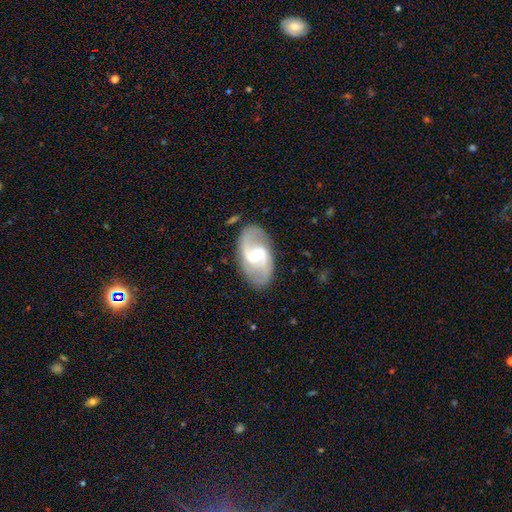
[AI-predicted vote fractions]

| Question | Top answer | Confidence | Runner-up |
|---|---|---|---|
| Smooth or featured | featured or disk | 84% | smooth (11%) |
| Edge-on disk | no | 96% | yes (4%) |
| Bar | weak | 54% | strong (28%) |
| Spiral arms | yes | 94% | no (6%) |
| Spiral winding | medium | 46% | loose (38%) |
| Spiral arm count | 2 | 89% | can't tell (5%) |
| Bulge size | small | 50% | moderate (44%) |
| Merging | none | 81% | minor disturbance (12%) |